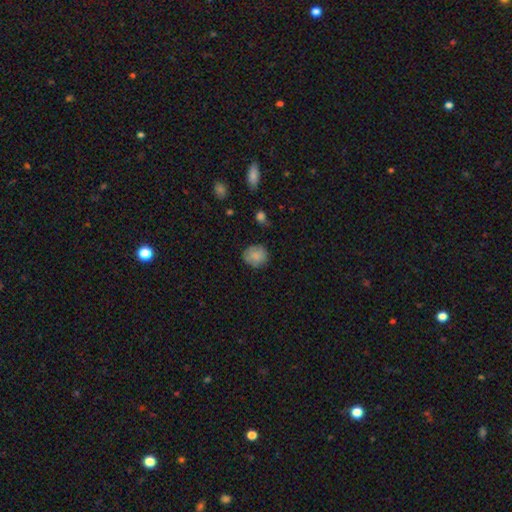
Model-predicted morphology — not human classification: smooth 84%, featured or disk 8%, star or artifact 8%. Down the decision tree: how rounded — round (75%); merging — none (77%).